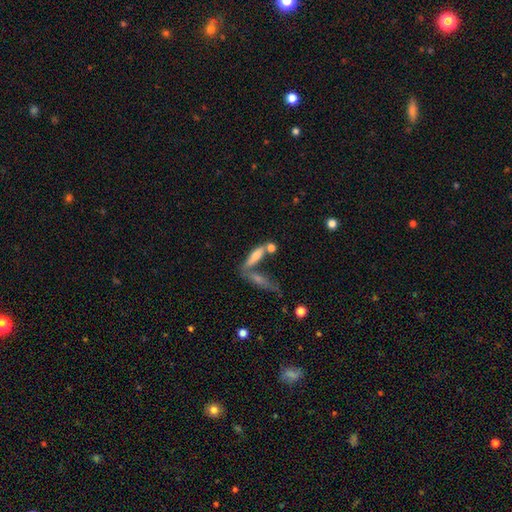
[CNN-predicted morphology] This is likely a smooth galaxy (61%). How rounded: likely cigar-shaped (63%). Merging: marginally none (41%).